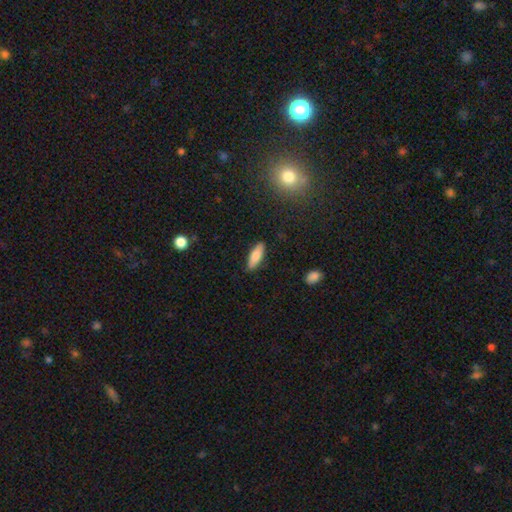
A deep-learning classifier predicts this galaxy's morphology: smooth 80%, featured or disk 14%, star or artifact 6%. Down the decision tree: how rounded — in between (57%); merging — none (86%).